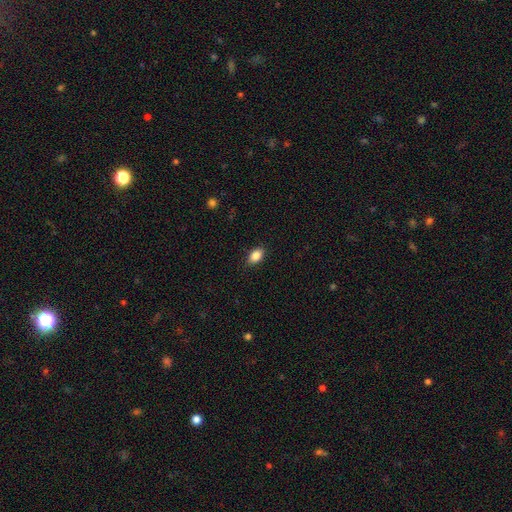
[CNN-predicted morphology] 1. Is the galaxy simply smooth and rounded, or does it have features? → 86% smooth, 8% star or artifact, 6% featured or disk.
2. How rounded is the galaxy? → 86% in between, 12% round, 2% cigar-shaped.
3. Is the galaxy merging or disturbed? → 86% none, 11% minor disturbance, 2% major disturbance, 1% merger.